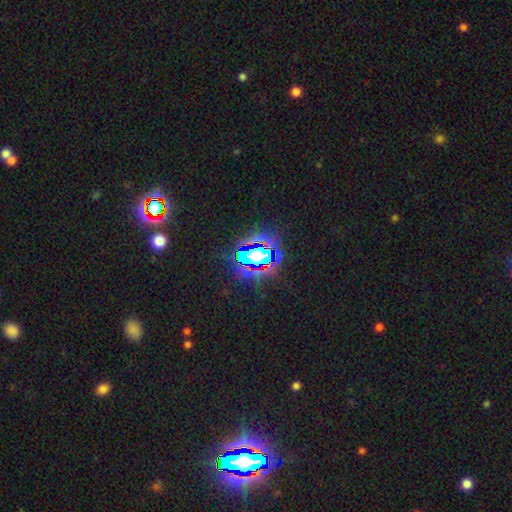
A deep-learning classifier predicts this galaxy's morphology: A star or artifact, not a galaxy (67%).

Vote fractions:
- Smooth or featured? star or artifact: 67% / smooth: 20% / featured or disk: 13%